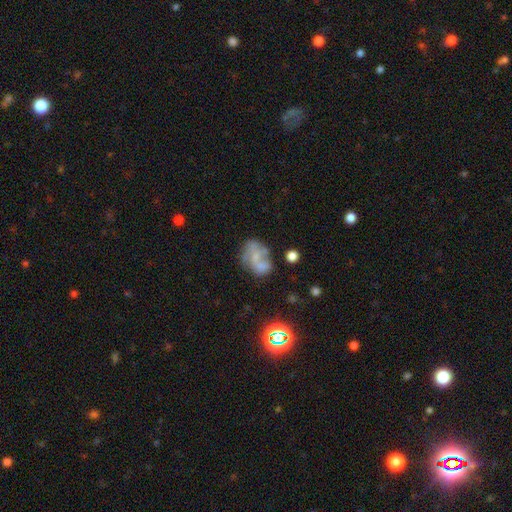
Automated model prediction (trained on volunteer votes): smooth_or_featured: featured or disk (p=0.46) [alt: smooth p=0.41]
merging: none (p=0.35) [alt: merger p=0.23]